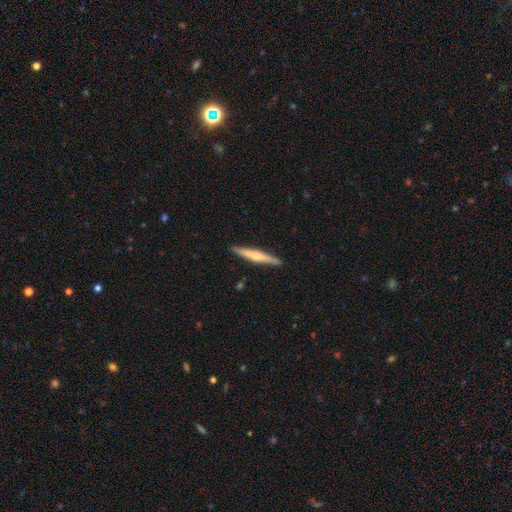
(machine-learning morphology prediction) This is possibly a featured or disk galaxy (58%). It is clearly viewed edge-on (97%). Edge-on bulge: likely rounded (71%). Merging: clearly none (90%).